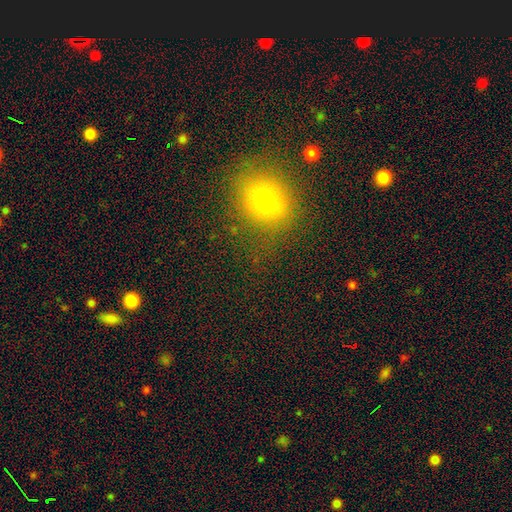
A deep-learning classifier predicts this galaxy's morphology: smooth 63%, star or artifact 30%, featured or disk 8%. Down the decision tree: how rounded — round (77%); merging — none (86%).